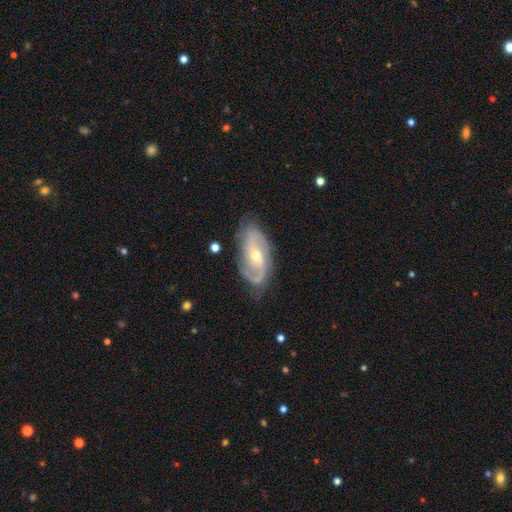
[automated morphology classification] Smooth or featured: featured or disk — 86% (smooth — 8%)
Edge-on disk: no — 95% (yes — 5%)
Bar: no — 49% (weak — 37%)
Spiral arms: yes — 96% (no — 4%)
Spiral winding: medium — 45% (tight — 36%)
Spiral arm count: 2 — 68% (can't tell — 11%)
Bulge size: small — 50% (moderate — 47%)
Merging: none — 74% (minor disturbance — 18%)